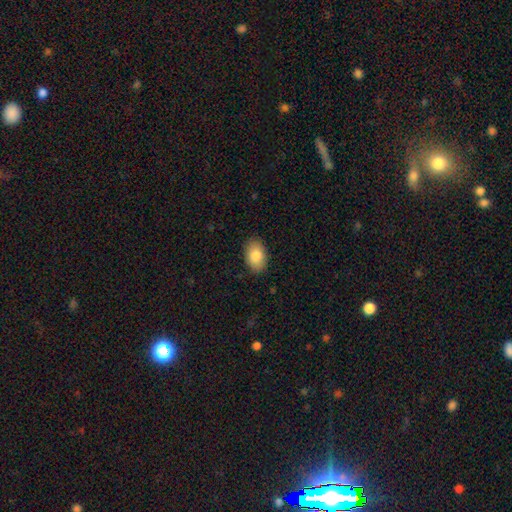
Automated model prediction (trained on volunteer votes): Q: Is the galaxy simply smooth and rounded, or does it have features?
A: smooth — 84%.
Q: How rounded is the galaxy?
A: in between — 88%.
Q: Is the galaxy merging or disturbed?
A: none — 87%.